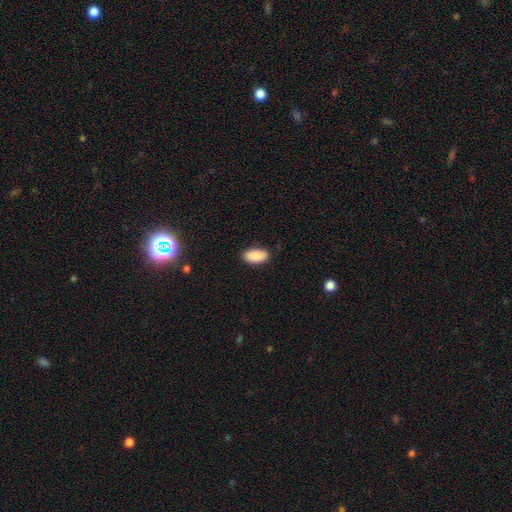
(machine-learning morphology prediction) This is clearly a smooth galaxy (90%). How rounded: clearly in between (94%). Merging: clearly none (87%).